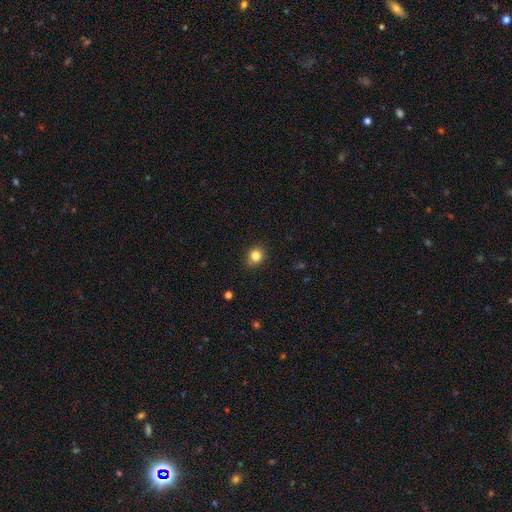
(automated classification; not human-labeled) A smooth galaxy with no disk features (83%) that is round (79%).

Vote fractions:
- Smooth or featured? smooth: 83% / star or artifact: 11% / featured or disk: 6%
- How rounded? round: 79% / in between: 21% / cigar-shaped: 1%
- Merging? none: 87% / minor disturbance: 9% / major disturbance: 2% / merger: 1%